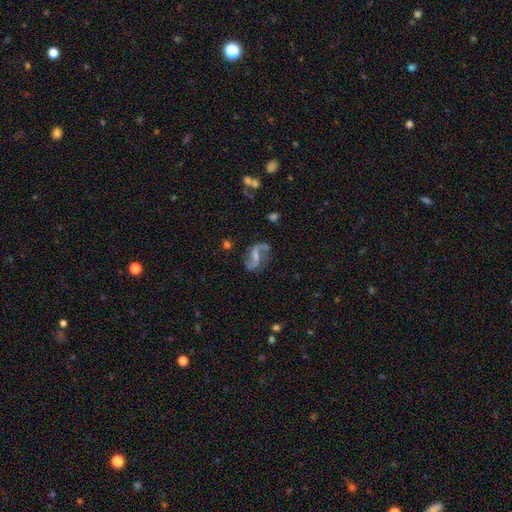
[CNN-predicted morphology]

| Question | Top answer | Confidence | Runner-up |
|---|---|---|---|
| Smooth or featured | featured or disk | 86% | smooth (8%) |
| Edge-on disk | no | 98% | yes (2%) |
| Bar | weak | 45% | strong (29%) |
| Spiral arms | yes | 95% | no (5%) |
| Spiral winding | loose | 78% | medium (18%) |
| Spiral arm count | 2 | 92% | 1 (3%) |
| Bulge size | none | 40% | small (38%) |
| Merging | none | 71% | minor disturbance (16%) |